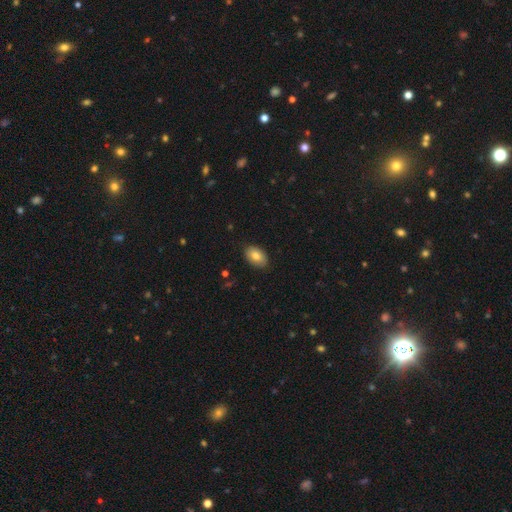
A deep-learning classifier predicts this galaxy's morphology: Smooth or featured: smooth — 81% (featured or disk — 12%)
How rounded: in between — 89% (round — 10%)
Merging: none — 86% (minor disturbance — 11%)